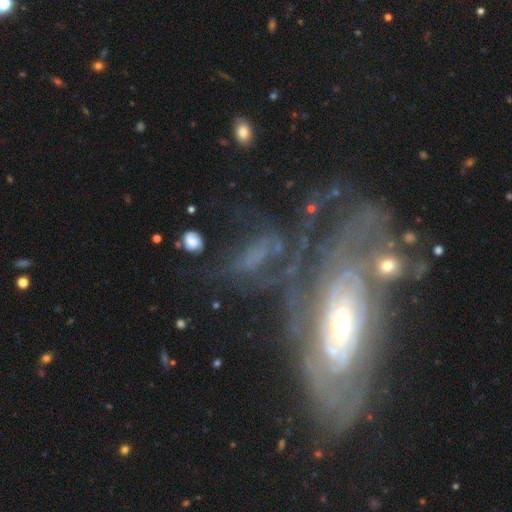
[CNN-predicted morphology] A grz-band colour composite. It shows a featured or disk galaxy (78%) with no bar (59%), tight (72%) spiral arms (87%) and a small central bulge (52%). Merging: none (54%).